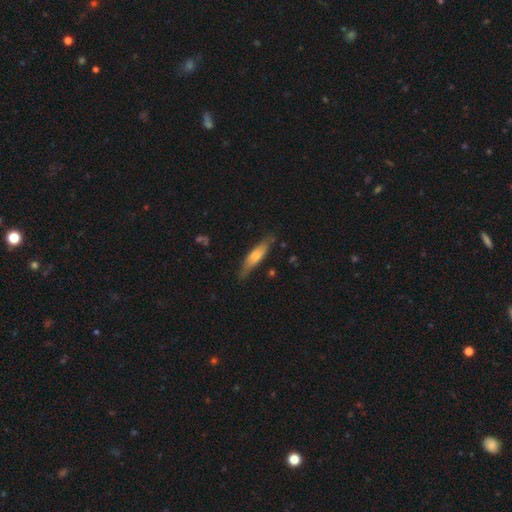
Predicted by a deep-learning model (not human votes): Q: Smooth or featured?
A: smooth (66%); runner-up: featured or disk (28%)
Q: How rounded?
A: cigar-shaped (71%); runner-up: in between (27%)
Q: Merging?
A: none (76%); runner-up: minor disturbance (18%)